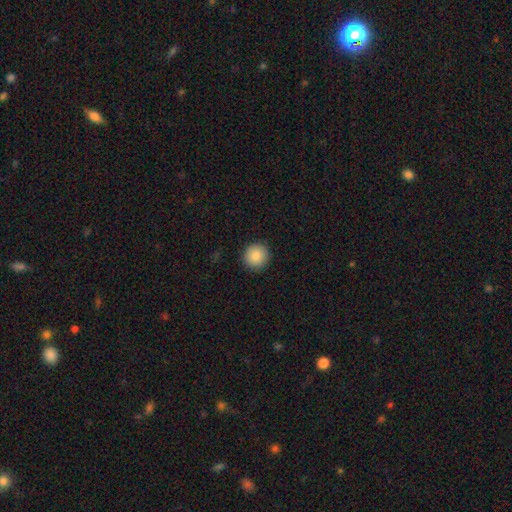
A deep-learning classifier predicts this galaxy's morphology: The model was most divided on "smooth or featured": smooth: 87%, star or artifact: 9%, featured or disk: 5%. More confident: how rounded — round (95%); merging — none (92%).